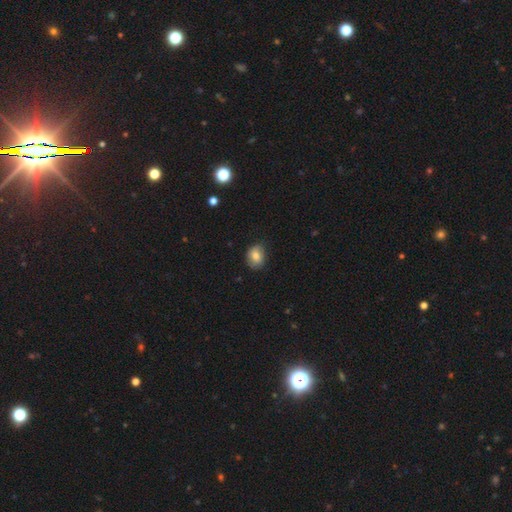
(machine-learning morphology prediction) Q: Smooth or featured?
A: smooth (76%); runner-up: featured or disk (15%)
Q: How rounded?
A: in between (56%); runner-up: round (43%)
Q: Merging?
A: none (68%); runner-up: minor disturbance (26%)